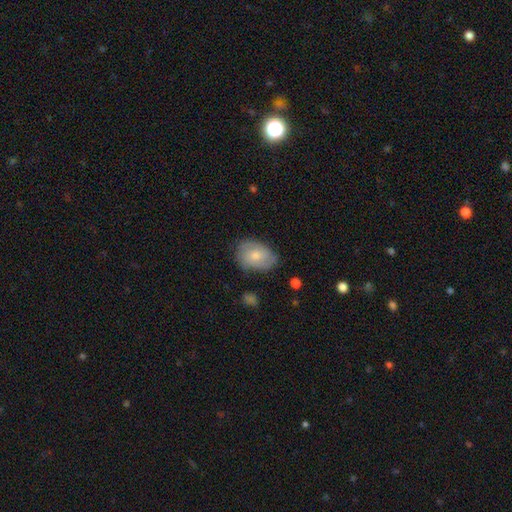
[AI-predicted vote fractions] Smooth or featured? smooth (57%)
How rounded? in between (73%)
Merging? none (69%)